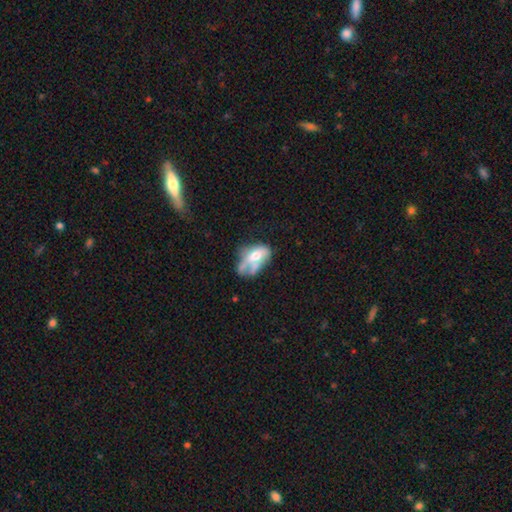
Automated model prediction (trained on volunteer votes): Smooth or featured? Predicted: smooth (p=0.50). Merging? Predicted: merger (p=0.29).